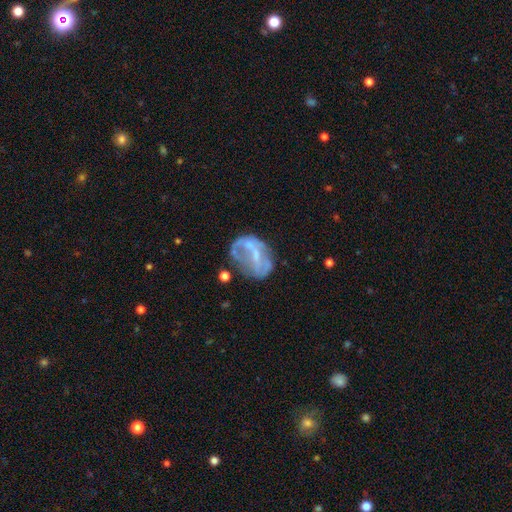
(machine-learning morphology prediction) Smooth or featured? Predicted: featured or disk (p=0.65). Edge-on disk? Predicted: no (p=0.96). Bar? Predicted: no (p=0.42). Spiral arms? Predicted: no (p=0.69). Bulge size? Predicted: small (p=0.40). Merging? Predicted: none (p=0.39).